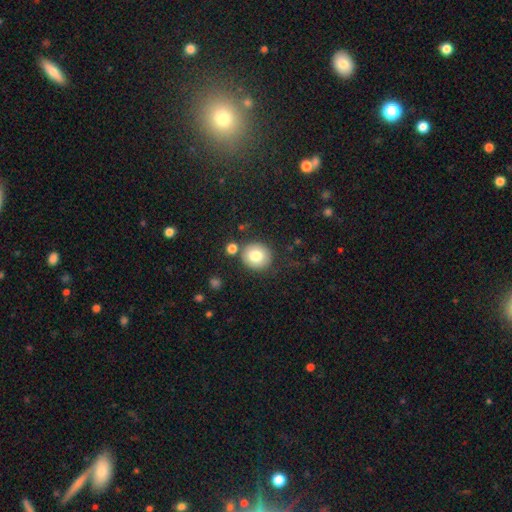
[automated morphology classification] Smooth or featured: smooth — 79% (featured or disk — 11%)
How rounded: round — 85% (in between — 14%)
Merging: none — 80% (minor disturbance — 10%)